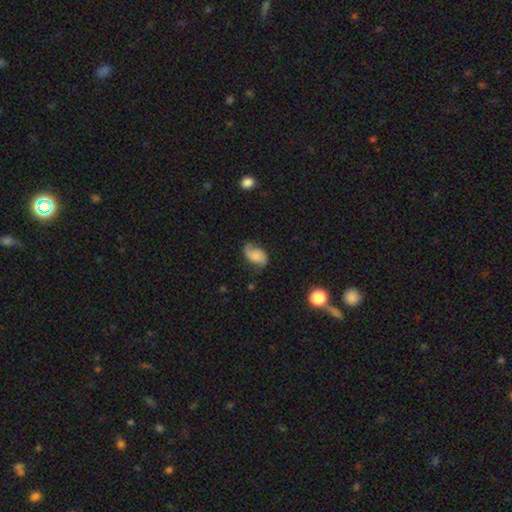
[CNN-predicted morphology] Overall: smooth (51%; featured or disk 39%). How rounded: in between (90%). Merging: none (59%; minor disturbance 28%).